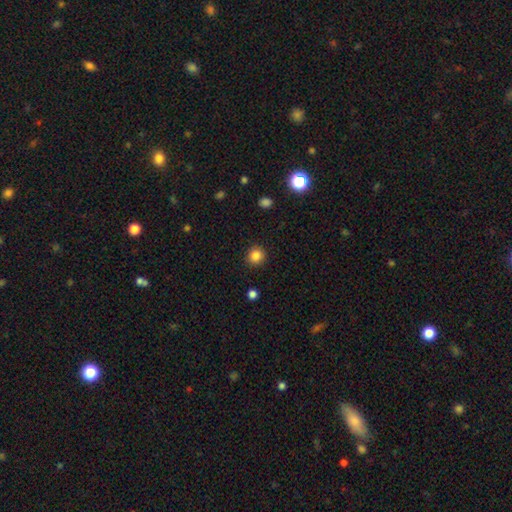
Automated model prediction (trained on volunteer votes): The model was most divided on "smooth or featured": smooth: 85%, star or artifact: 11%, featured or disk: 4%. More confident: how rounded — round (92%); merging — none (91%).